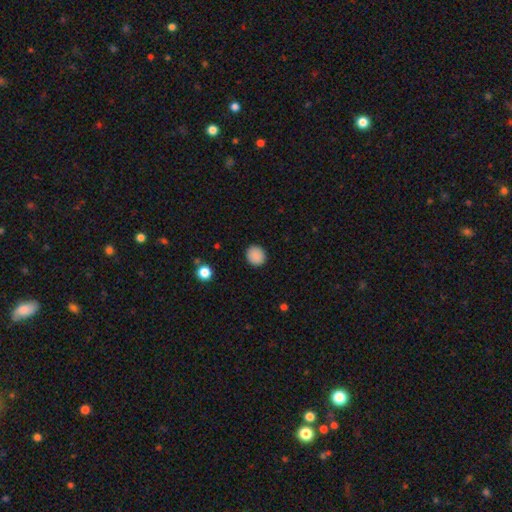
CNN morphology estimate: Smooth or featured? smooth (88%)
How rounded? round (88%)
Merging? none (90%)